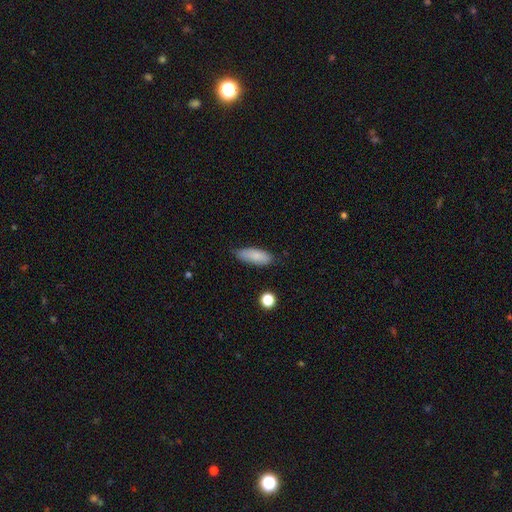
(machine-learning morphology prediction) Smooth or featured?
  - smooth: 83% *
  - featured or disk: 9%
  - star or artifact: 7%
How rounded?
  - in between: 69% *
  - cigar-shaped: 29%
  - round: 2%
Merging?
  - none: 73% *
  - minor disturbance: 21%
  - major disturbance: 4%
  - merger: 2%